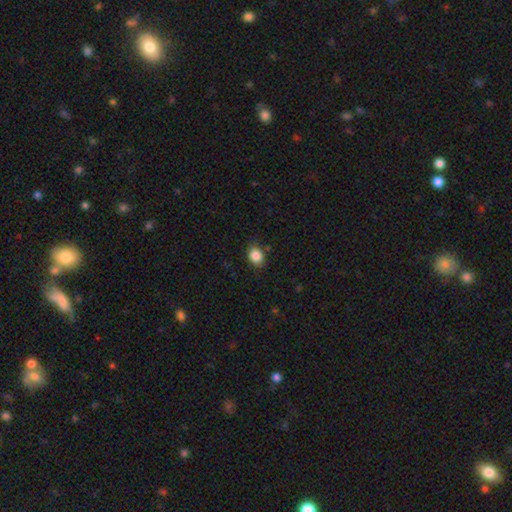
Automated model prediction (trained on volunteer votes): This is clearly a smooth galaxy (87%). How rounded: possibly in between (51%). Merging: clearly none (82%).